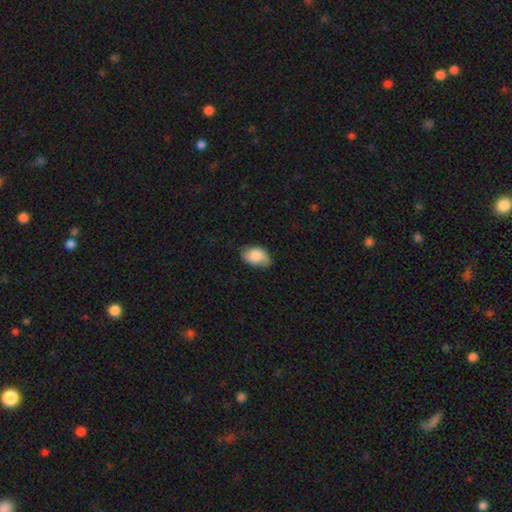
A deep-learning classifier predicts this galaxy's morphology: smooth 77%, featured or disk 16%, star or artifact 7%. Down the decision tree: how rounded — in between (87%); merging — none (61%).